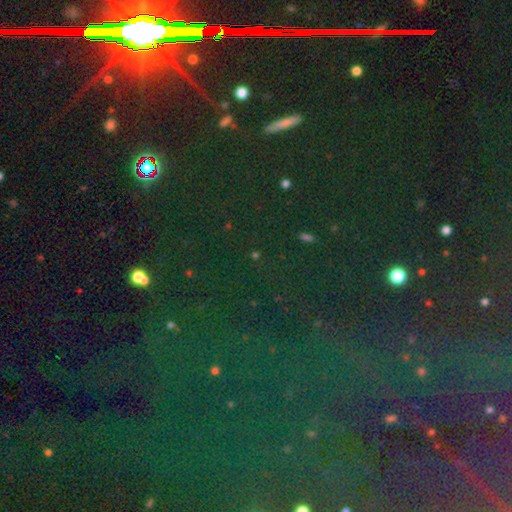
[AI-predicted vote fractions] smooth_or_featured: star or artifact (p=0.71) [alt: smooth p=0.21]